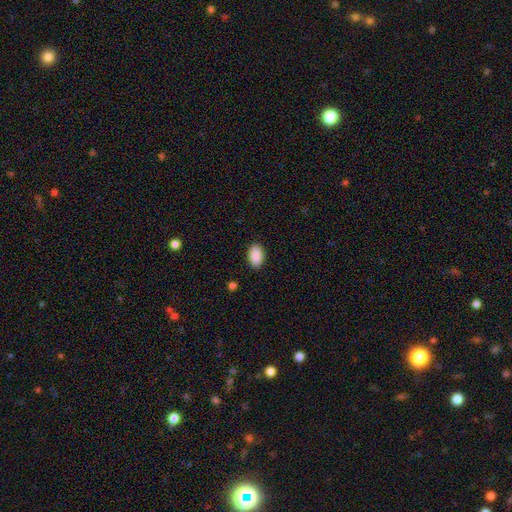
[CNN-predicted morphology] Smooth or featured? Predicted: smooth (p=0.91). How rounded? Predicted: in between (p=0.92). Merging? Predicted: none (p=0.89).